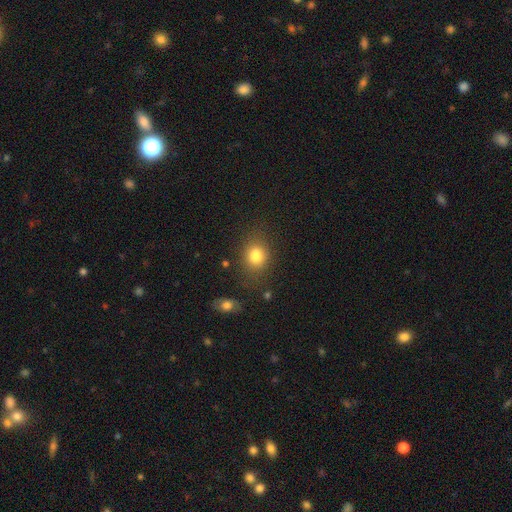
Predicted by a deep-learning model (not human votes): This appears to be a smooth galaxy with no disk features (82%) that is round (50%). Merging: none (73%).